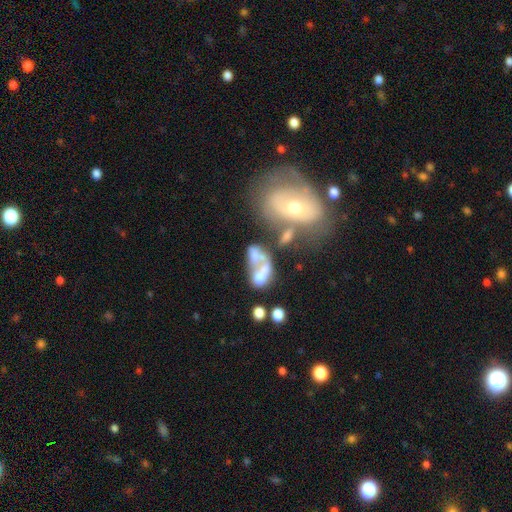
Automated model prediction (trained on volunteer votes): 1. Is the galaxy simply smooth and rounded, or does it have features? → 44% featured or disk, 42% smooth, 13% star or artifact.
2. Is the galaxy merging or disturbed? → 60% merger, 18% major disturbance, 13% none, 9% minor disturbance.